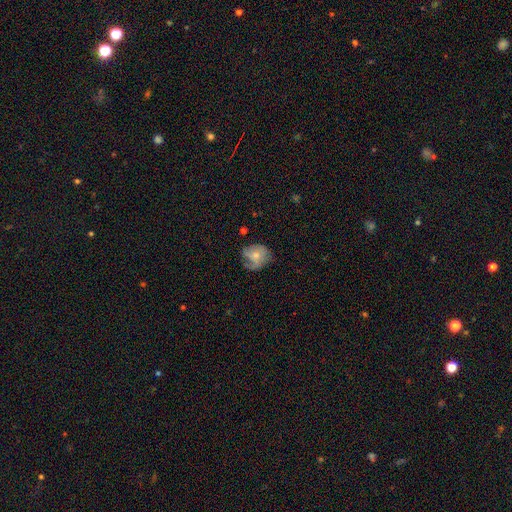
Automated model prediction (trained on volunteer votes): Smooth or featured?
  - smooth: 46% *
  - featured or disk: 45%
  - star or artifact: 9%
Merging?
  - none: 48% *
  - minor disturbance: 30%
  - major disturbance: 21%
  - merger: 2%